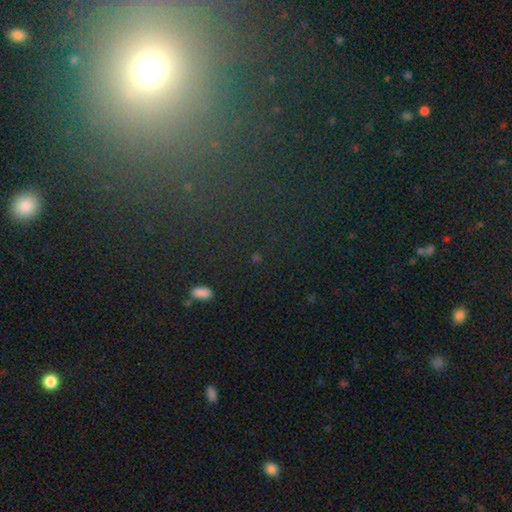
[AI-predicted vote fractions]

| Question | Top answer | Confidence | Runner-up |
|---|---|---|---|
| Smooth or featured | star or artifact | 62% | smooth (25%) |